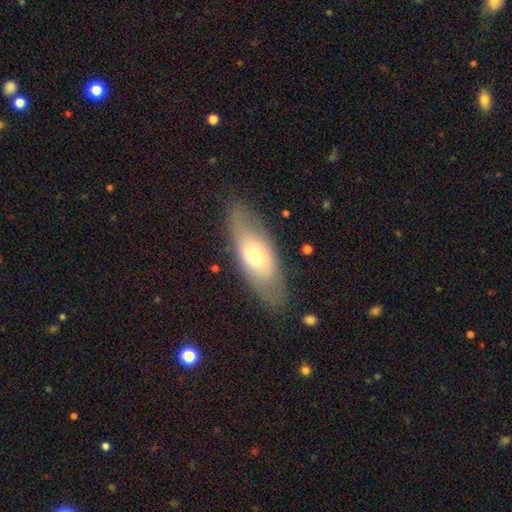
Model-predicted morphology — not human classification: Smooth or featured?
  - smooth: 51% *
  - featured or disk: 42%
  - star or artifact: 7%
How rounded?
  - in between: 73% *
  - cigar-shaped: 23%
  - round: 4%
Merging?
  - none: 82% *
  - minor disturbance: 12%
  - major disturbance: 4%
  - merger: 1%